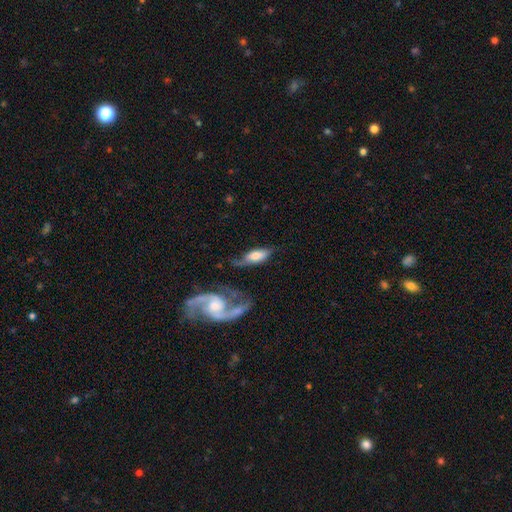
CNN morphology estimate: A smooth galaxy with no disk features (52%) that is in between round and cigar-shaped (75%). Merging: none (47%).